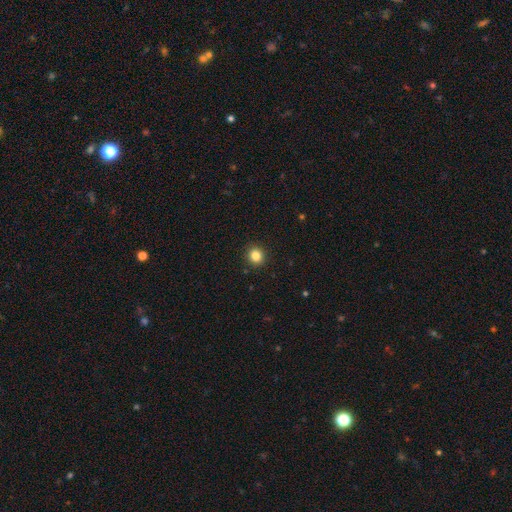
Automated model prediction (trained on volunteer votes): A smooth galaxy with no disk features (85%) that is round (89%). Merging: none (92%).